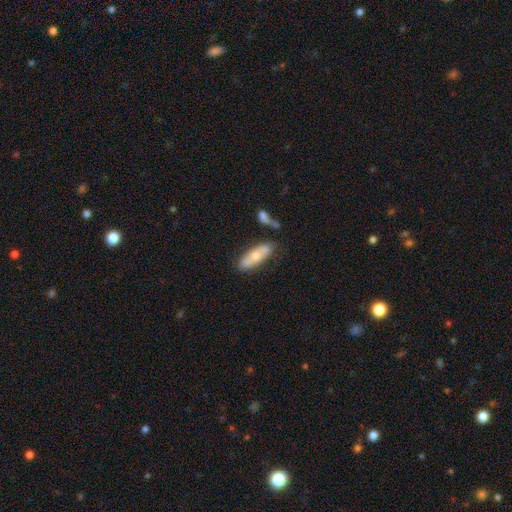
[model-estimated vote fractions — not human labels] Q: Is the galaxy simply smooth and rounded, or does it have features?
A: smooth — 60%.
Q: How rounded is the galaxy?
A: in between — 59%.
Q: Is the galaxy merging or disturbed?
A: none — 65%.